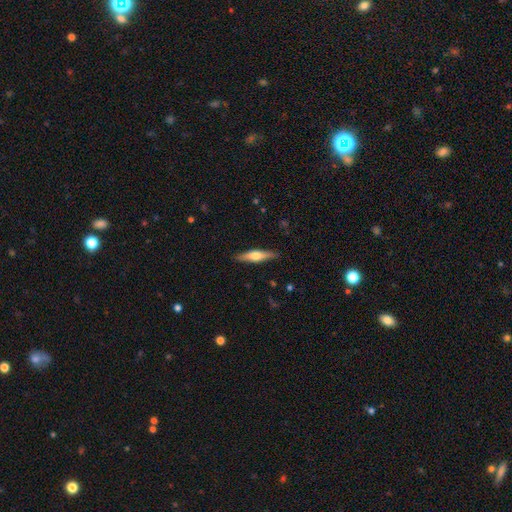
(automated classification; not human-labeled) Morphology: type=featured or disk (51%); edge-on=yes (94%); merging=none (89%).